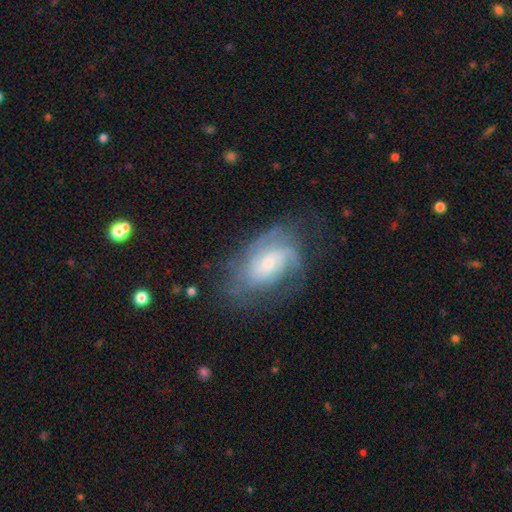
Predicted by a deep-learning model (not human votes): The model was most divided on "spiral arm count": can't tell: 38%, 2: 36%, 3: 10%, 1: 8%, 4: 4%, more than 4: 3%. Remaining: edge-on disk — no (95%); spiral arms — yes (88%); smooth or featured — featured or disk (68%); merging — none (66%); bar — no (49%); spiral winding — tight (46%); bulge size — small (45%).